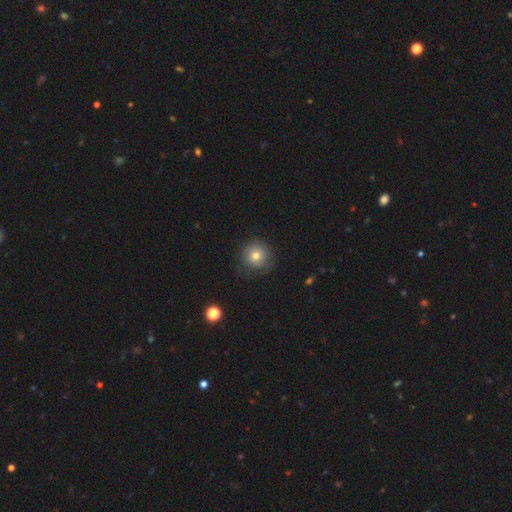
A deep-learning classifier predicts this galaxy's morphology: Smooth or featured? Predicted: smooth (p=0.69). How rounded? Predicted: round (p=0.93). Merging? Predicted: none (p=0.74).